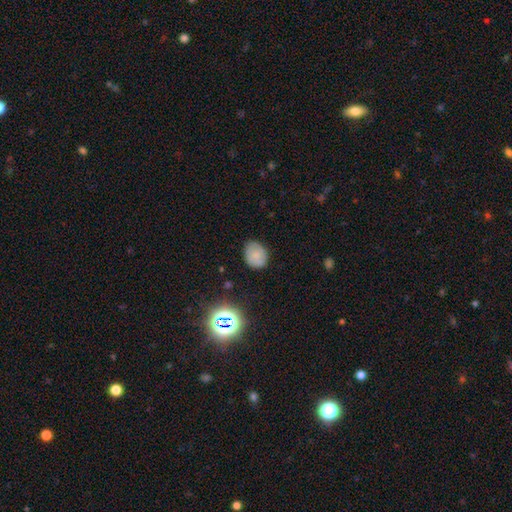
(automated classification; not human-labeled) smooth_or_featured: smooth (p=0.75) [alt: featured or disk p=0.13]
how_rounded: round (p=0.51) [alt: in between p=0.48]
merging: none (p=0.77) [alt: minor disturbance p=0.17]